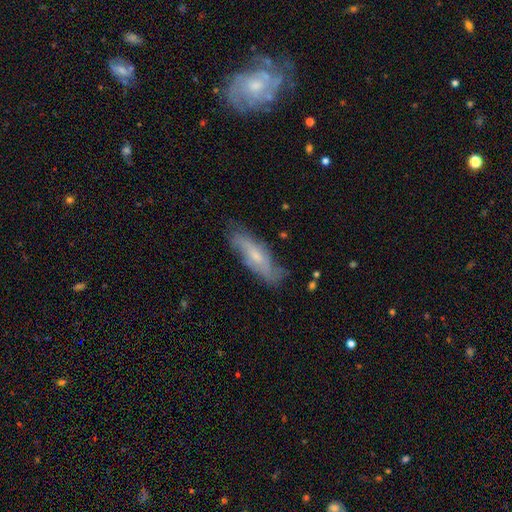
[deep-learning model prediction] Smooth or featured?
  - featured or disk: 52% *
  - smooth: 41%
  - star or artifact: 7%
Edge-on disk?
  - no: 66% *
  - yes: 34%
Merging?
  - none: 70% *
  - minor disturbance: 22%
  - major disturbance: 6%
  - merger: 2%